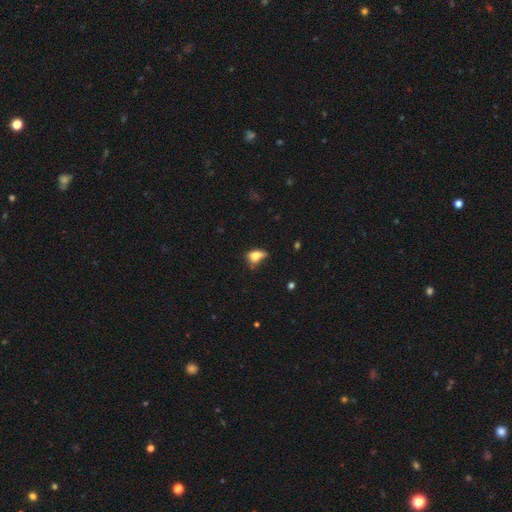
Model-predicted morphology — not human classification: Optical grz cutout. It shows a smooth galaxy with no disk features (73%) that is in between round and cigar-shaped (79%). Merging: minor disturbance (37%).